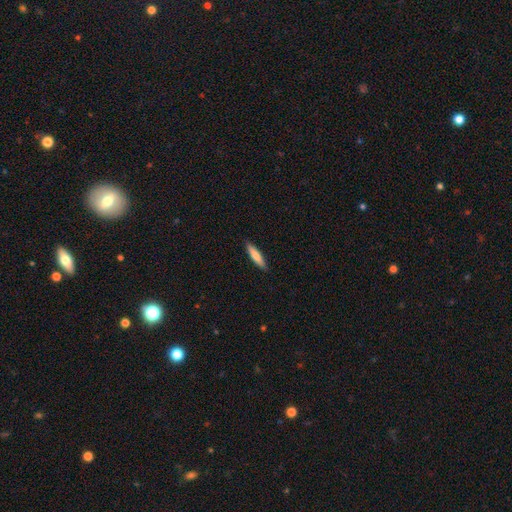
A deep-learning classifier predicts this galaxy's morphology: type=smooth (78%); roundness=cigar-shaped (81%); merging=none (90%).